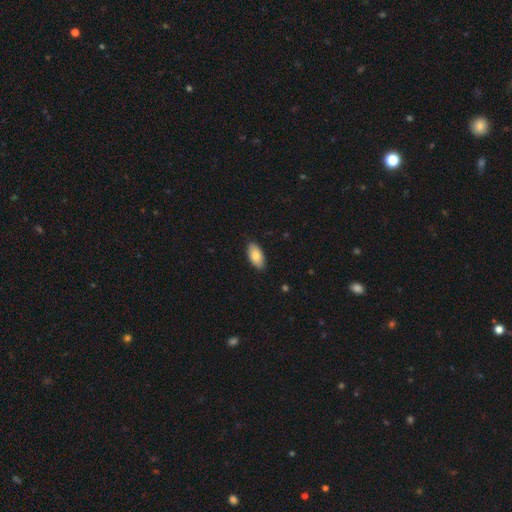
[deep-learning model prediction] Q: Smooth or featured?
A: smooth (81%); runner-up: featured or disk (13%)
Q: How rounded?
A: in between (94%); runner-up: cigar-shaped (4%)
Q: Merging?
A: none (88%); runner-up: minor disturbance (10%)